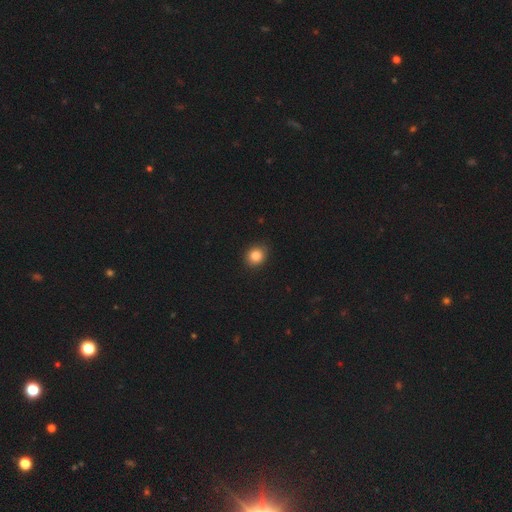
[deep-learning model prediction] Smooth or featured?
  - smooth: 84% *
  - star or artifact: 11%
  - featured or disk: 5%
How rounded?
  - round: 72% *
  - in between: 27%
  - cigar-shaped: 1%
Merging?
  - none: 89% *
  - minor disturbance: 8%
  - major disturbance: 2%
  - merger: 1%